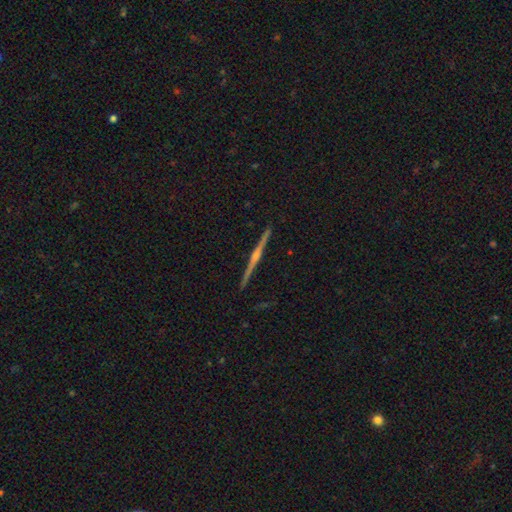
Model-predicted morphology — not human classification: A featured or disk galaxy (84%) viewed edge-on (99%) with a rounded central bulge (82%). Merging: none (93%).